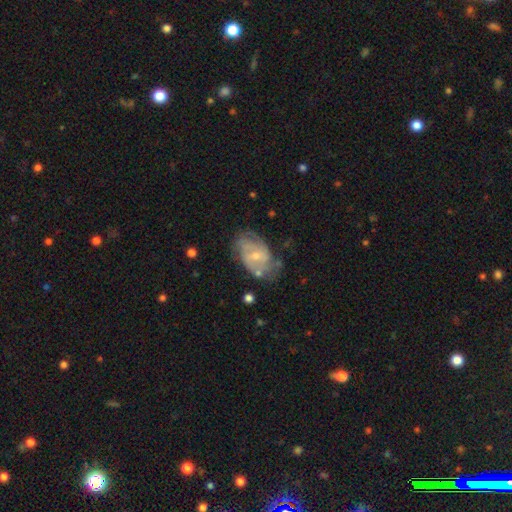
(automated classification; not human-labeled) Morphology: type=featured or disk (73%); edge-on=no (96%); bar=weak (48%); spiral arms=yes (83%); winding=medium (43%); arm count=2 (47%); bulge=small (59%); merging=none (58%).